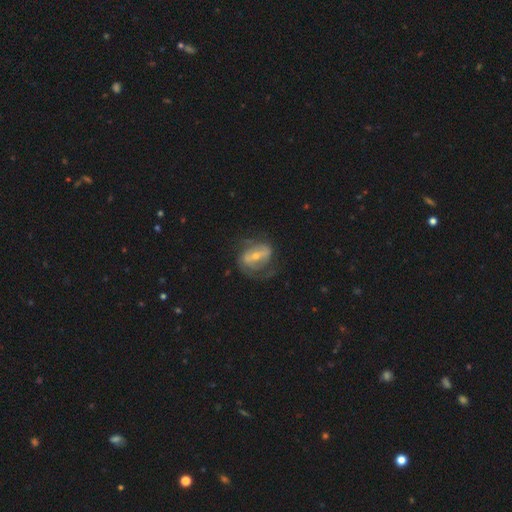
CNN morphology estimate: Smooth or featured? featured or disk (72%)
Edge-on disk? no (95%)
Bar? strong (44%)
Spiral arms? yes (75%)
Spiral winding? medium (43%)
Spiral arm count? 2 (68%)
Bulge size? moderate (48%)
Merging? none (54%)